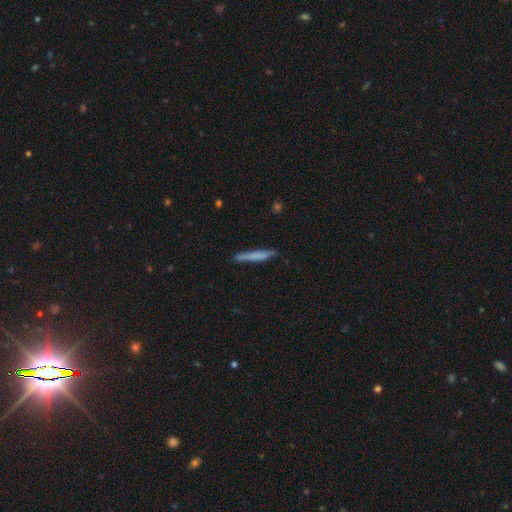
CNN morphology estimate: Smooth or featured: smooth — 67% (featured or disk — 27%)
How rounded: cigar-shaped — 95% (in between — 4%)
Merging: none — 80% (minor disturbance — 15%)